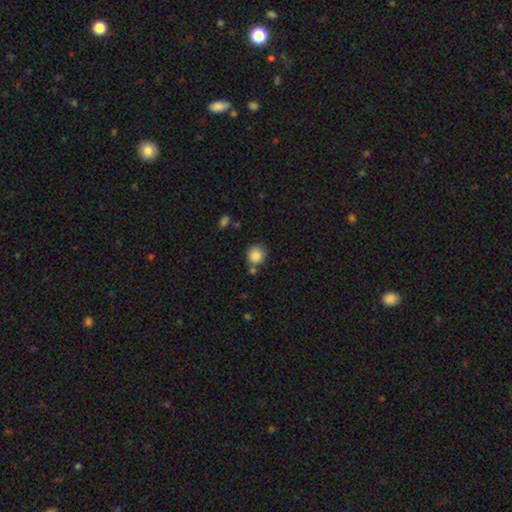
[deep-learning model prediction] smooth_or_featured: smooth (p=0.86) [alt: star or artifact p=0.09]
how_rounded: round (p=0.87) [alt: in between p=0.12]
merging: none (p=0.68) [alt: minor disturbance p=0.16]